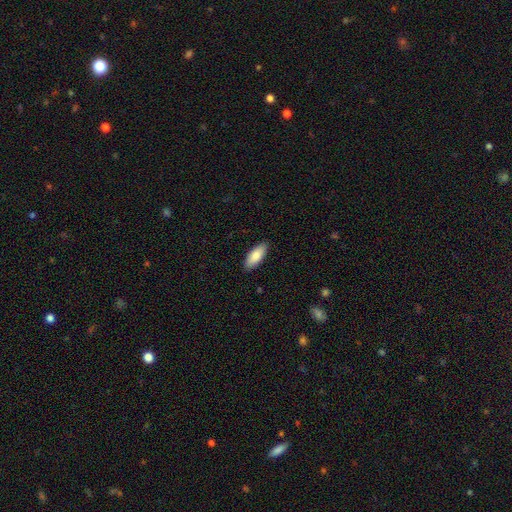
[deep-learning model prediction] smooth 83%, featured or disk 11%, star or artifact 6%. Down the decision tree: how rounded — in between (80%); merging — none (89%).